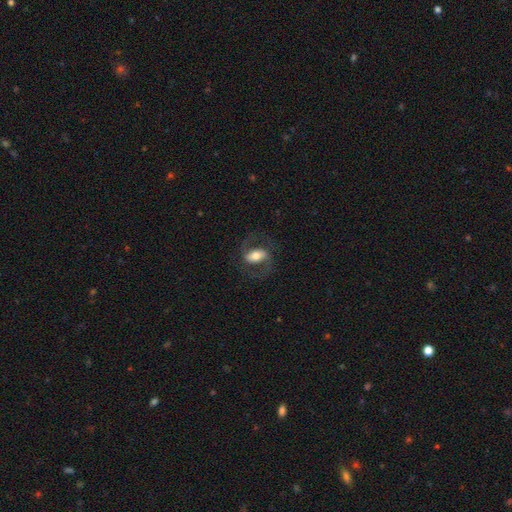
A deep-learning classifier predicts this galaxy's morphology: Smooth or featured? featured or disk (64%)
Edge-on disk? no (93%)
Bar? strong (45%)
Spiral arms? yes (83%)
Bulge size? moderate (57%)
Merging? none (72%)